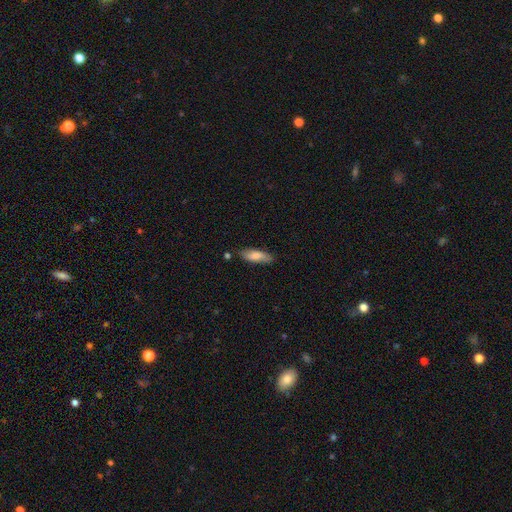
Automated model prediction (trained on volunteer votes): smooth_or_featured: smooth (p=0.78) [alt: featured or disk p=0.15]
how_rounded: in between (p=0.53) [alt: cigar-shaped p=0.45]
merging: none (p=0.80) [alt: minor disturbance p=0.15]